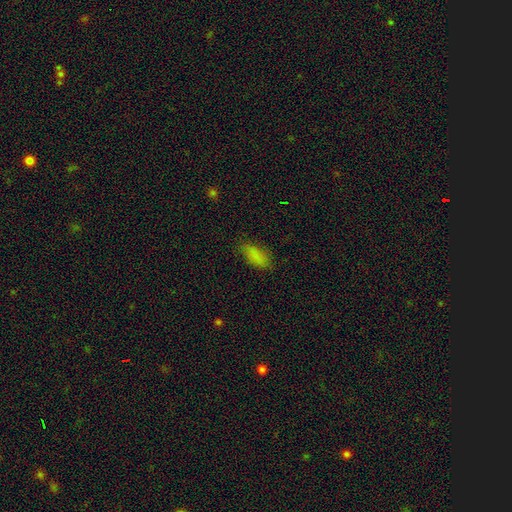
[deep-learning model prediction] A smooth galaxy with no disk features (83%) that is in between round and cigar-shaped (81%). Merging: none (78%).